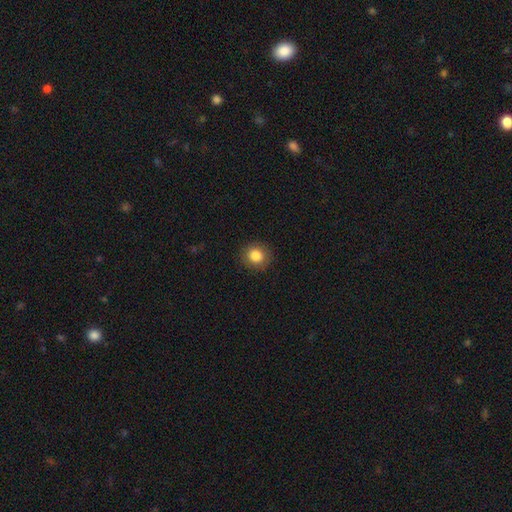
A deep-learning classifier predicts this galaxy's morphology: Smooth or featured? smooth (85%)
How rounded? round (88%)
Merging? none (90%)